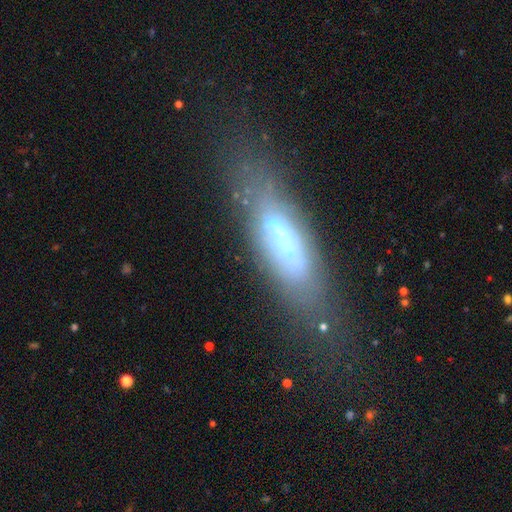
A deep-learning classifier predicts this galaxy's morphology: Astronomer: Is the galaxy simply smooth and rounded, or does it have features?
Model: featured or disk — 54% (runner-up: smooth, 33%).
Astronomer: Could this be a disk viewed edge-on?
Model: yes — 57% (runner-up: no, 43%).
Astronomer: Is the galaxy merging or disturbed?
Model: none — 68%.